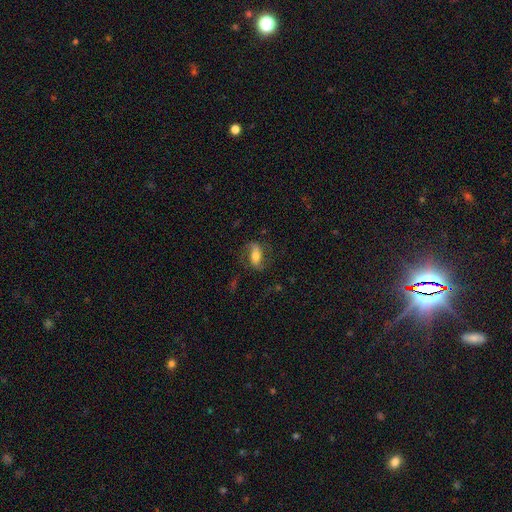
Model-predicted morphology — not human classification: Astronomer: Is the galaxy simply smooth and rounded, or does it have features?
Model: featured or disk — 63%.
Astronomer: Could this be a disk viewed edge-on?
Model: no — 91%.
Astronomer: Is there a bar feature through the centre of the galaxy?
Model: strong — 43% (runner-up: weak, 32%).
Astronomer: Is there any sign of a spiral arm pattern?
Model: yes — 87%.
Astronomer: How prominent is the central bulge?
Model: moderate — 57%.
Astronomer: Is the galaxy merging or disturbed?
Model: none — 66%.